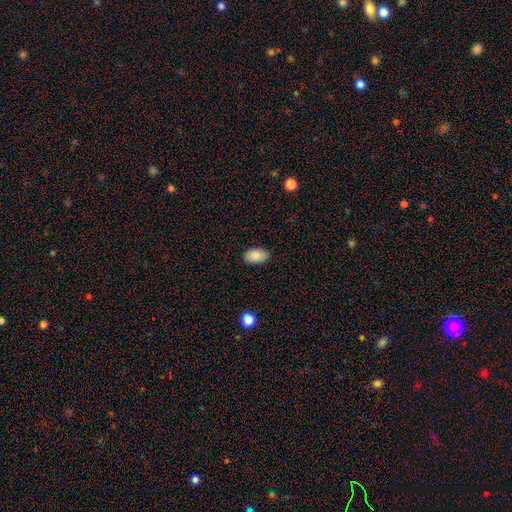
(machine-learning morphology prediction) Q: Smooth or featured?
A: smooth (87%); runner-up: star or artifact (7%)
Q: How rounded?
A: in between (94%); runner-up: round (4%)
Q: Merging?
A: none (87%); runner-up: minor disturbance (10%)